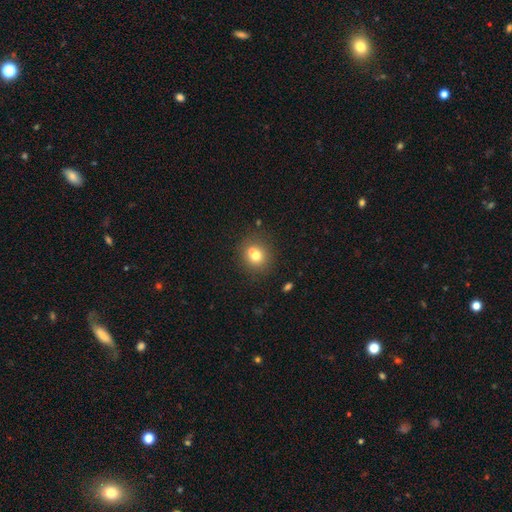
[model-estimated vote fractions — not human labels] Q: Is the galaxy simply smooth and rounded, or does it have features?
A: smooth — 69%.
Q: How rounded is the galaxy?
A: round — 81%.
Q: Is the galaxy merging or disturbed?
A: none — 48%.